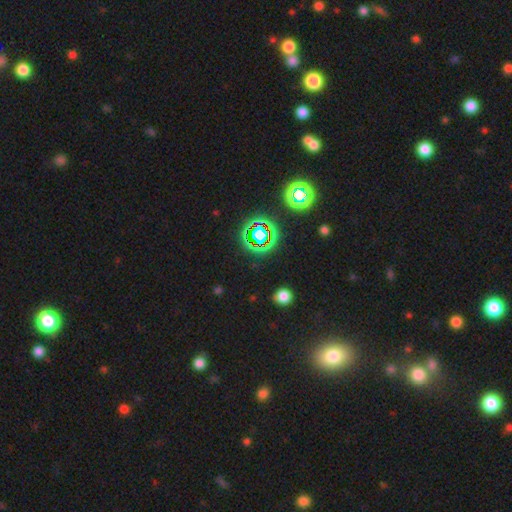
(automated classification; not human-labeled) A star or artifact, not a galaxy (59%).